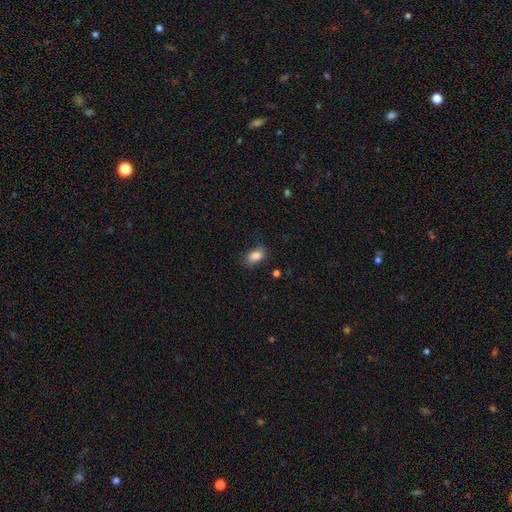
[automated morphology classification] smooth 85%, star or artifact 9%, featured or disk 6%. Down the decision tree: how rounded — in between (83%); merging — none (77%).